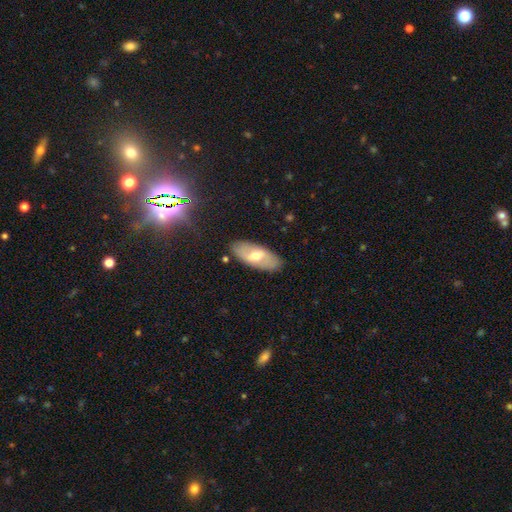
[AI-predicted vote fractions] Smooth or featured?
  - featured or disk: 49% *
  - smooth: 44%
  - star or artifact: 7%
Merging?
  - none: 85% *
  - minor disturbance: 11%
  - major disturbance: 3%
  - merger: 1%